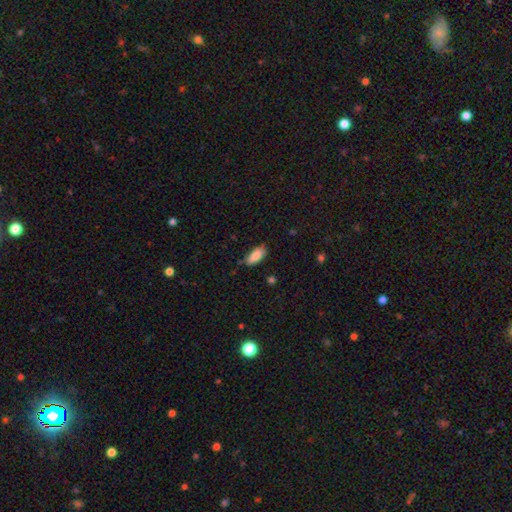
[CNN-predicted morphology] Smooth or featured: smooth — 87% (star or artifact — 7%)
How rounded: in between — 82% (cigar-shaped — 16%)
Merging: none — 74% (minor disturbance — 20%)